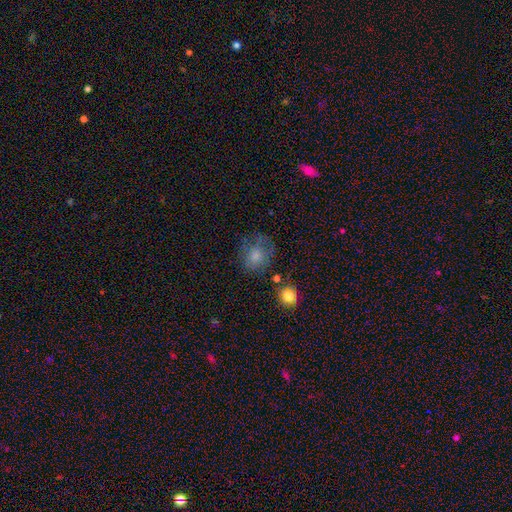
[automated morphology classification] A smooth galaxy with no disk features (76%) that is round (72%).

Vote fractions:
- Smooth or featured? smooth: 76% / featured or disk: 13% / star or artifact: 11%
- How rounded? round: 72% / in between: 27% / cigar-shaped: 1%
- Merging? none: 56% / minor disturbance: 25% / major disturbance: 15% / merger: 5%